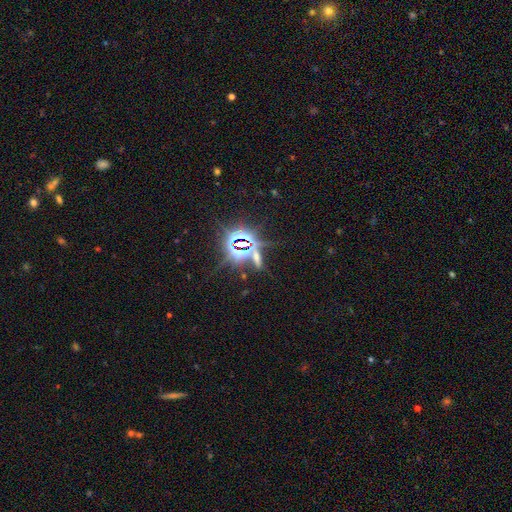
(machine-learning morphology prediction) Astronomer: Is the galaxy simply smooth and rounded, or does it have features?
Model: star or artifact — 69%.